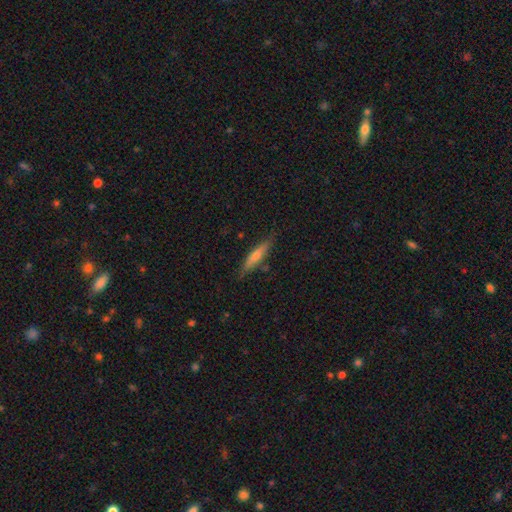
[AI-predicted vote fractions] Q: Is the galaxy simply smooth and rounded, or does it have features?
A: smooth — 55%.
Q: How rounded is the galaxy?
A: cigar-shaped — 88%.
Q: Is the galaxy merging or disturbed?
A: none — 84%.